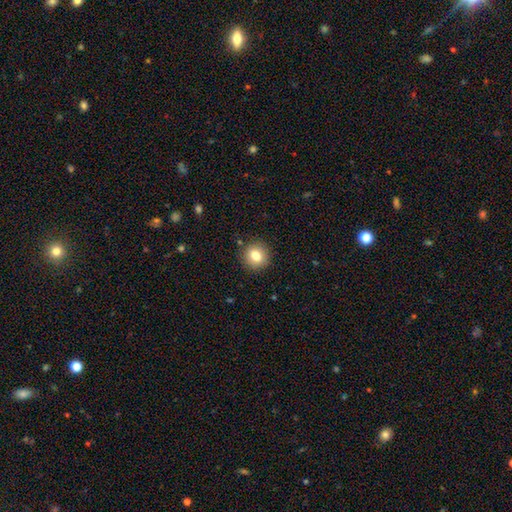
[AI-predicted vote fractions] Smooth or featured? Predicted: smooth (p=0.79). How rounded? Predicted: round (p=0.89). Merging? Predicted: none (p=0.90).